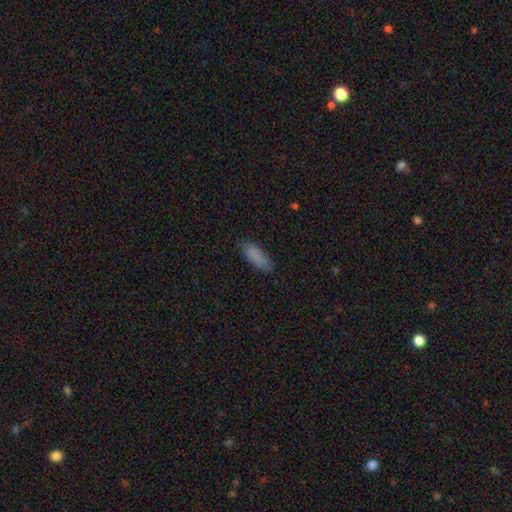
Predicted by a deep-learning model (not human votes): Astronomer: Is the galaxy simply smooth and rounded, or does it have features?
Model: smooth — 85%.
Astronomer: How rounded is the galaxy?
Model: in between — 72%.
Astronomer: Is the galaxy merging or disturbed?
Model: none — 78%.